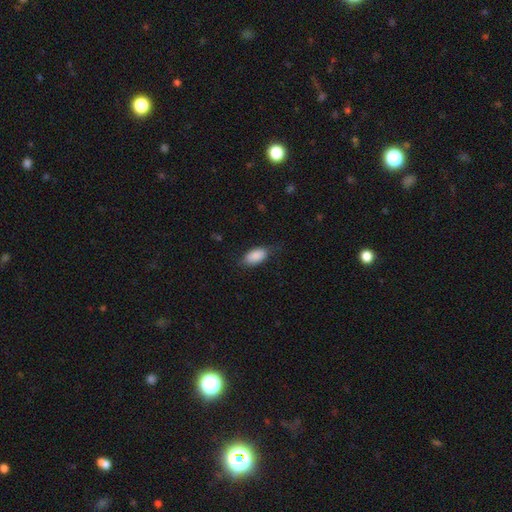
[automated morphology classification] Smooth or featured?
  - smooth: 88% *
  - star or artifact: 7%
  - featured or disk: 6%
How rounded?
  - in between: 93% *
  - cigar-shaped: 4%
  - round: 4%
Merging?
  - none: 70% *
  - minor disturbance: 22%
  - major disturbance: 7%
  - merger: 1%